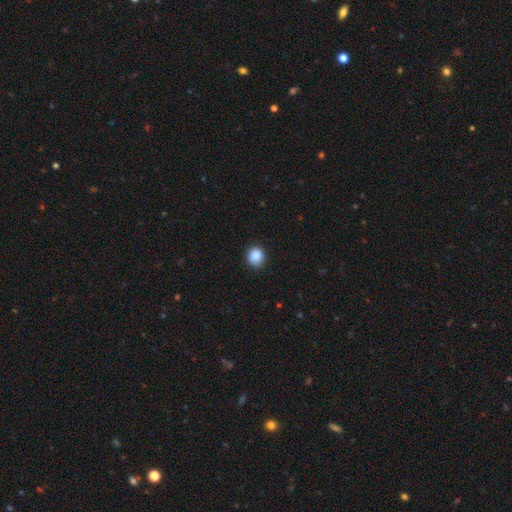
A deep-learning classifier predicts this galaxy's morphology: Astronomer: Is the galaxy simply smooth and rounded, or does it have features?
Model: smooth — 88%.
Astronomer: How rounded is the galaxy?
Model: round — 81%.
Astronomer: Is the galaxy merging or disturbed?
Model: none — 84%.